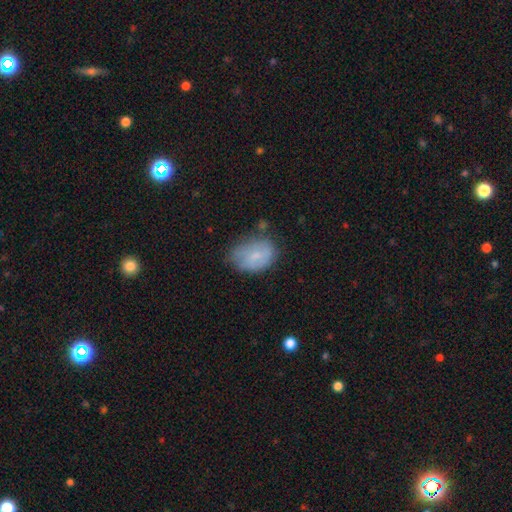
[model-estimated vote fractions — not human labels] Smooth or featured?
  - smooth: 67% *
  - featured or disk: 25%
  - star or artifact: 8%
How rounded?
  - in between: 80% *
  - round: 19%
  - cigar-shaped: 1%
Merging?
  - none: 54% *
  - minor disturbance: 33%
  - major disturbance: 10%
  - merger: 3%